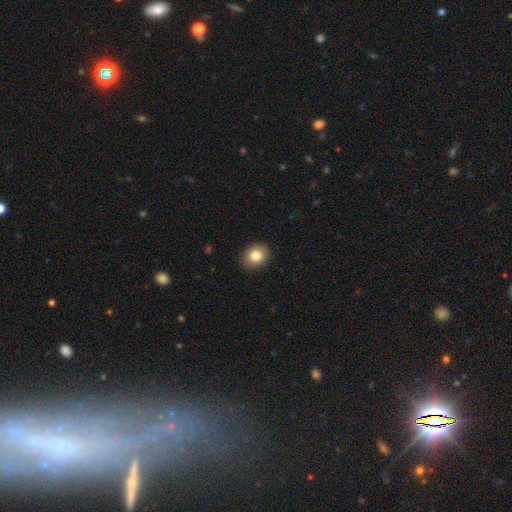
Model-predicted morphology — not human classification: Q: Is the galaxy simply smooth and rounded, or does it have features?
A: smooth — 84%.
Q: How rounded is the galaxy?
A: round — 66%.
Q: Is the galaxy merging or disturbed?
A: none — 89%.